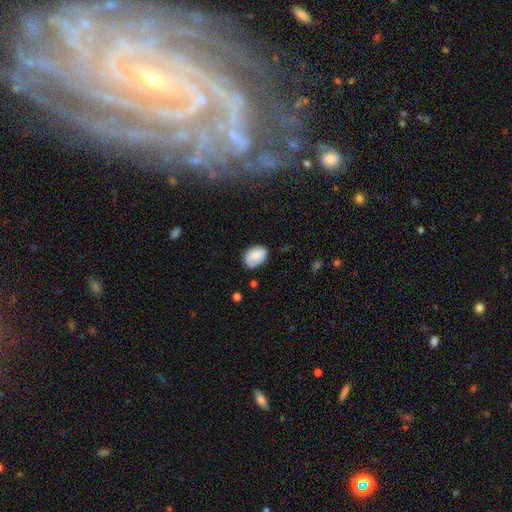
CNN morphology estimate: A smooth galaxy with no disk features (74%) that is in between round and cigar-shaped (75%).

Vote fractions:
- Smooth or featured? smooth: 74% / featured or disk: 18% / star or artifact: 8%
- How rounded? in between: 75% / round: 24% / cigar-shaped: 1%
- Merging? none: 68% / minor disturbance: 24% / major disturbance: 6% / merger: 2%